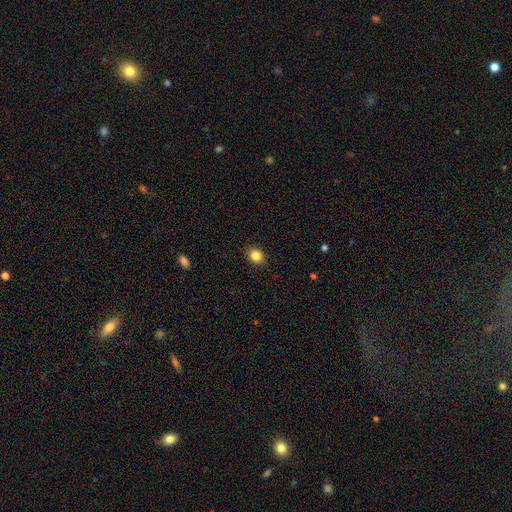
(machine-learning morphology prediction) A smooth galaxy with no disk features (85%) that is in between round and cigar-shaped (50%).

Vote fractions:
- Smooth or featured? smooth: 85% / star or artifact: 10% / featured or disk: 5%
- How rounded? in between: 50% / round: 49% / cigar-shaped: 1%
- Merging? none: 89% / minor disturbance: 8% / major disturbance: 2% / merger: 1%